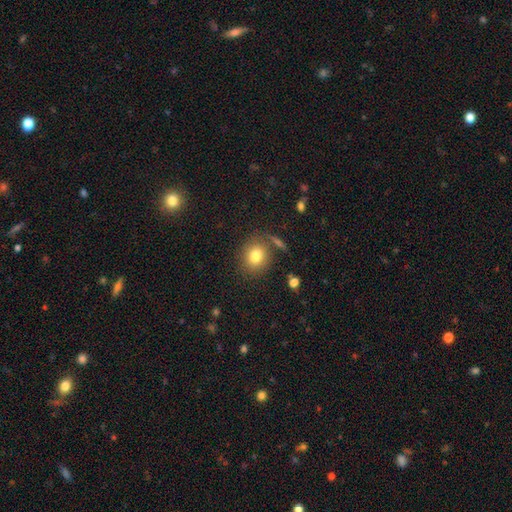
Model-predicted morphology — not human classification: smooth-or-featured: smooth: 79% | star or artifact: 11% | featured or disk: 10%
  how-rounded: round: 70% | in between: 29% | cigar-shaped: 1%
  merging: none: 78% | minor disturbance: 11% | merger: 7% | major disturbance: 4%